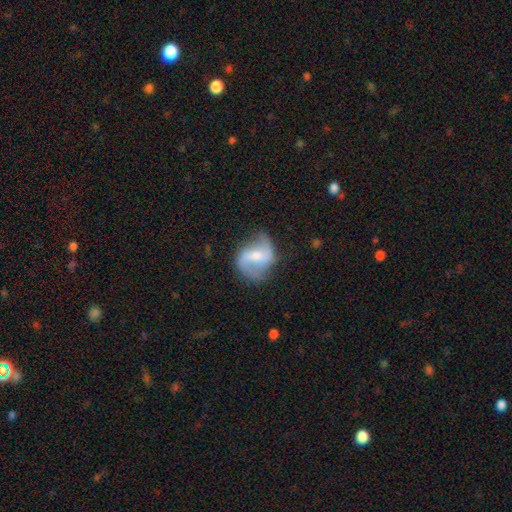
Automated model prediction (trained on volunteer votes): The model was most divided on "bulge size": moderate: 46%, small: 42%, none: 7%, large: 4%, dominant: 1%. More confident: edge-on disk — no (97%); spiral arms — yes (93%); spiral arm count — 2 (88%); smooth or featured — featured or disk (78%); merging — none (68%); spiral winding — loose (55%); bar — weak (51%).